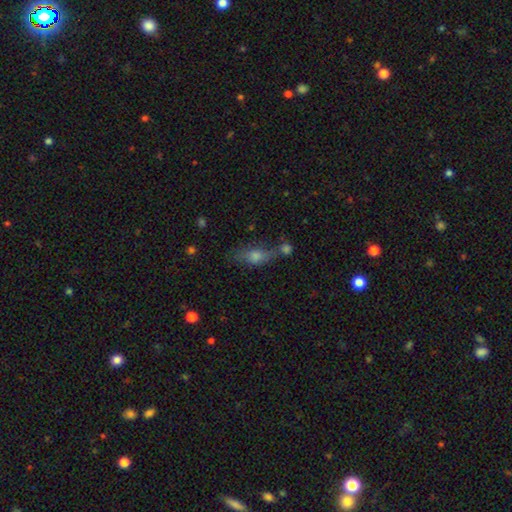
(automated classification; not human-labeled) This appears to be a smooth galaxy with no disk features (56%) that is in between round and cigar-shaped (64%). Merging: none (53%).